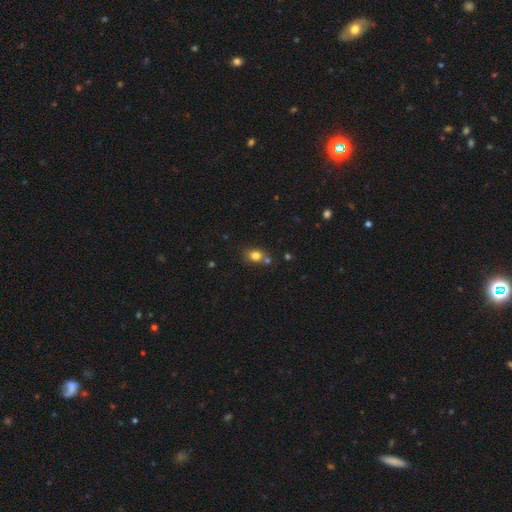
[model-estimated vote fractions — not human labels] This appears to be a smooth galaxy with no disk features (79%) that is round (59%). Merging: none (60%).